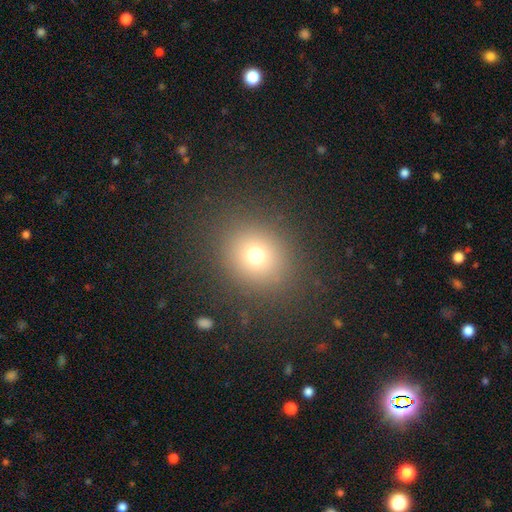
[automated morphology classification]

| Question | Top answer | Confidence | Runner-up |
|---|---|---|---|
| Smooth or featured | smooth | 72% | star or artifact (19%) |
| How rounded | round | 80% | in between (19%) |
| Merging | none | 87% | minor disturbance (7%) |